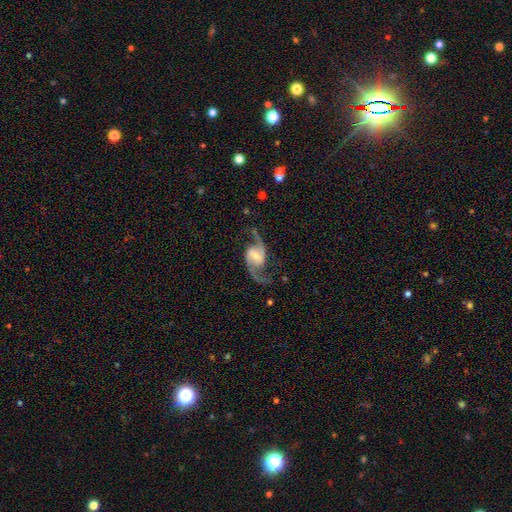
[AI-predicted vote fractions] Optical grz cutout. It shows a featured or disk galaxy (91%) with a weak bar (49%), 2 (94%) loose (61%) spiral arms (98%) and a small central bulge (47%). Merging: none (78%).